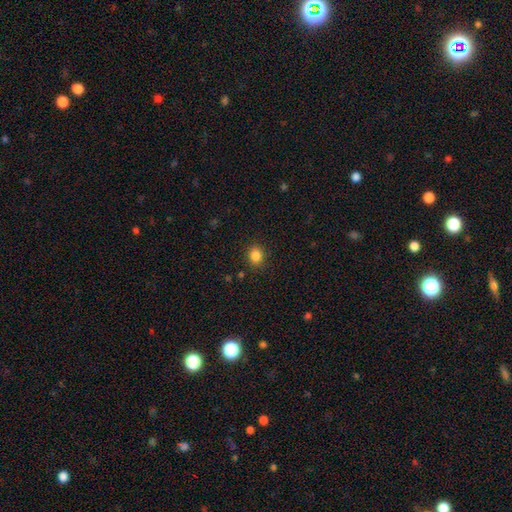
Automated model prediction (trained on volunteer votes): smooth-or-featured: smooth: 84% | star or artifact: 11% | featured or disk: 4%
  how-rounded: round: 68% | in between: 31% | cigar-shaped: 1%
  merging: none: 88% | minor disturbance: 8% | major disturbance: 3% | merger: 1%